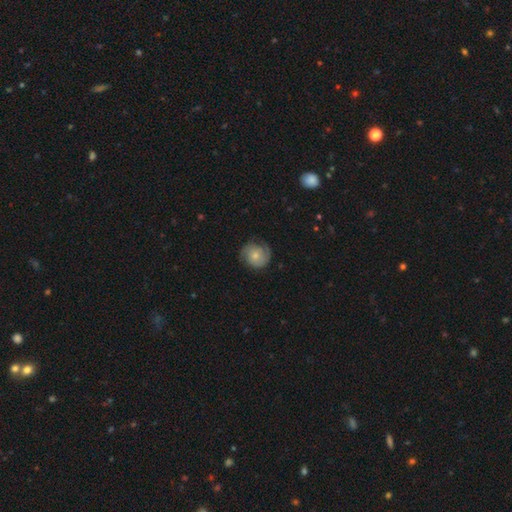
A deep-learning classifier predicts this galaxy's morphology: This appears to be a featured or disk galaxy (55%) with no bar (77%), spiral arms (89%) and a moderate central bulge (47%). Merging: none (74%).